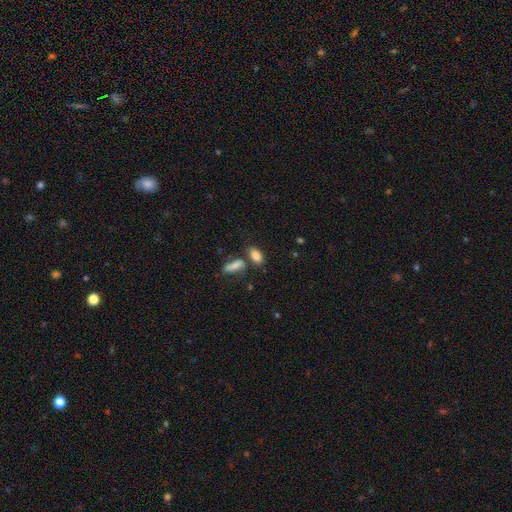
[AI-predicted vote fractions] This is clearly a smooth galaxy (84%). How rounded: clearly in between (85%). Merging: possibly none (56%).